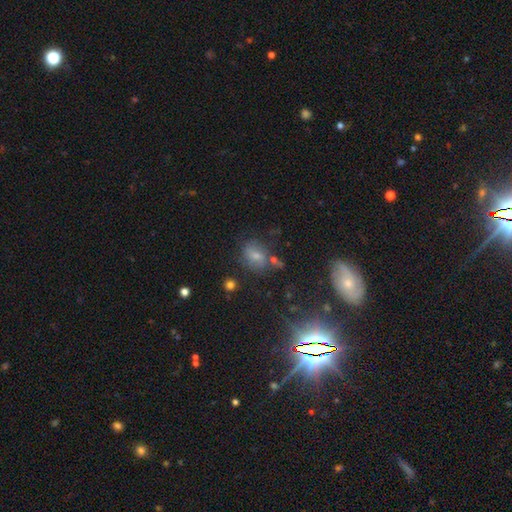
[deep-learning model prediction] Smooth or featured? smooth (56%)
How rounded? in between (58%)
Merging? none (57%)